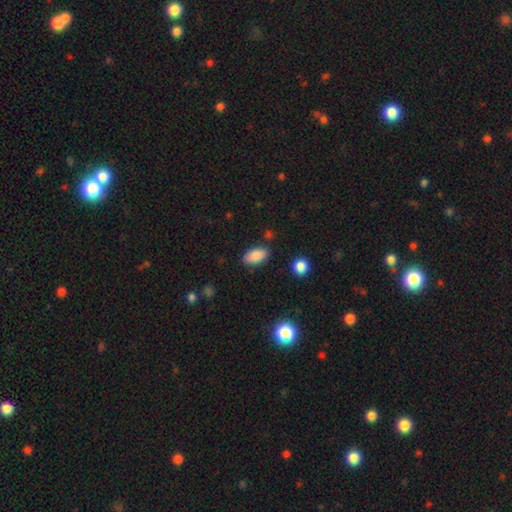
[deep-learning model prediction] smooth-or-featured: smooth: 87% | star or artifact: 8% | featured or disk: 5%
  how-rounded: in between: 93% | round: 4% | cigar-shaped: 4%
  merging: none: 83% | minor disturbance: 11% | major disturbance: 3% | merger: 3%